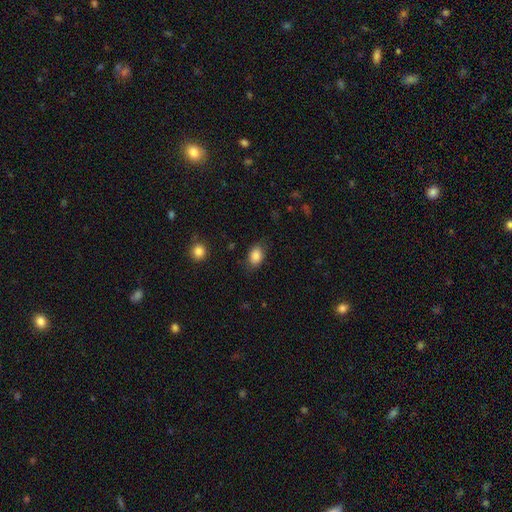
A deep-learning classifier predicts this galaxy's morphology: Smooth or featured?
  - smooth: 86% *
  - star or artifact: 8%
  - featured or disk: 5%
How rounded?
  - in between: 81% *
  - round: 17%
  - cigar-shaped: 1%
Merging?
  - none: 79% *
  - minor disturbance: 15%
  - major disturbance: 4%
  - merger: 1%